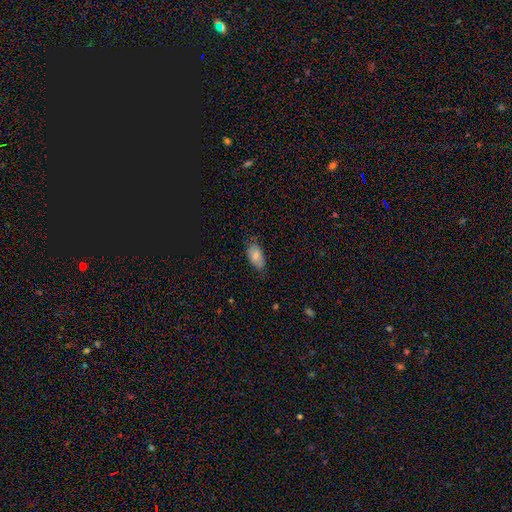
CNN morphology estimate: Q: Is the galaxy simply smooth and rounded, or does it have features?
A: smooth — 77%.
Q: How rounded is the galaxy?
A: in between — 93%.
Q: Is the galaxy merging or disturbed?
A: none — 70%.